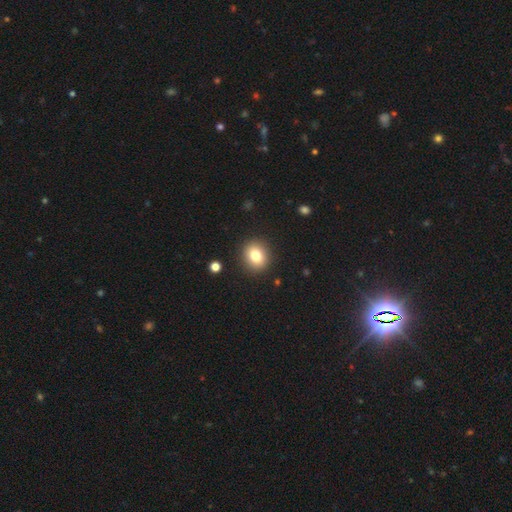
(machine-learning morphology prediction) Overall: smooth (80%). How rounded: round (75%). Merging: none (90%).